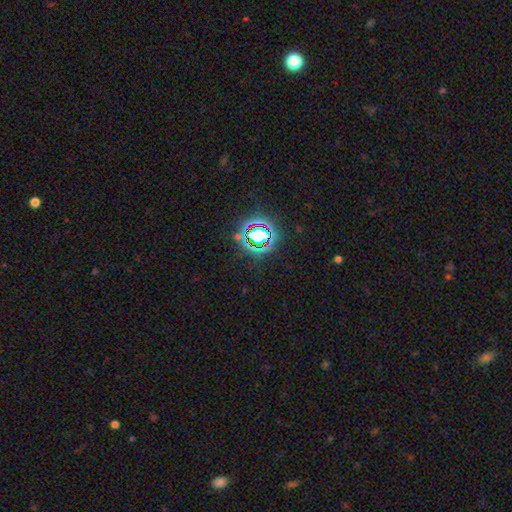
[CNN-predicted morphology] A star or artifact, not a galaxy (78%).